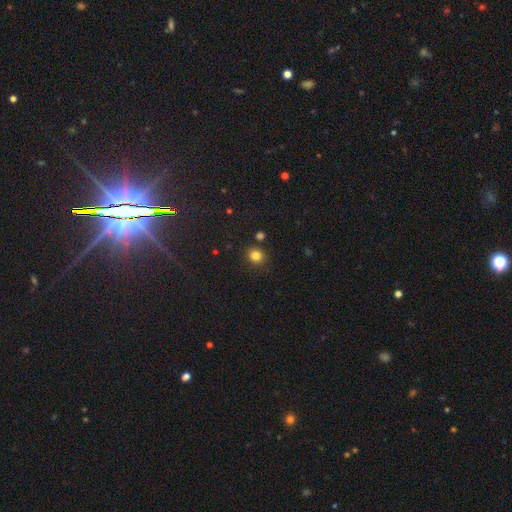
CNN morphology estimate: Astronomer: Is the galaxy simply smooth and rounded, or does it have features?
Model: smooth — 82%.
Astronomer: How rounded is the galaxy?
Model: round — 81%.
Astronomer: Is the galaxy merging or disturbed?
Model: none — 86%.